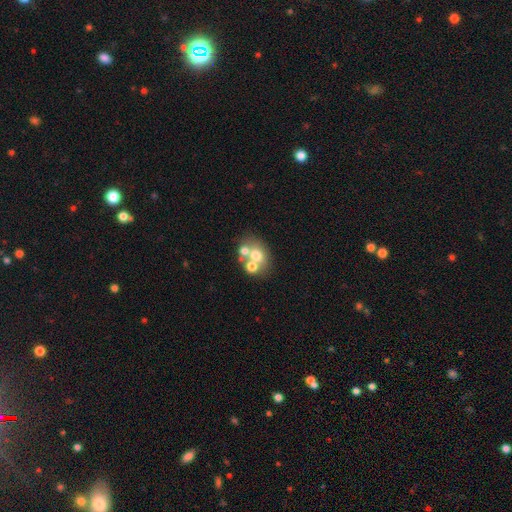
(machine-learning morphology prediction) smooth 57%, featured or disk 29%, star or artifact 14%. Down the decision tree: how rounded — round (59%); merging — merger (47%).